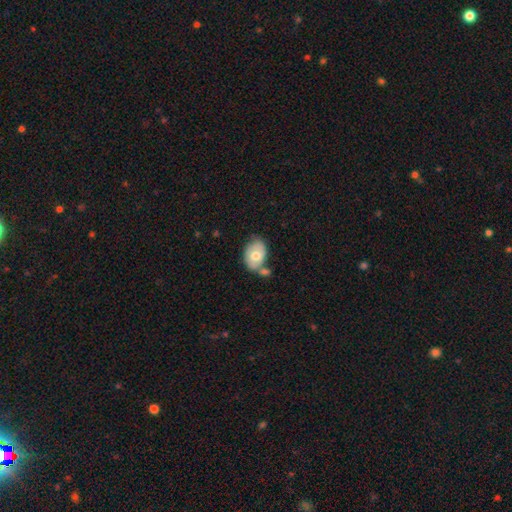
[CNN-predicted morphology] A smooth galaxy with no disk features (61%) that is in between round and cigar-shaped (80%).

Vote fractions:
- Smooth or featured? smooth: 61% / featured or disk: 33% / star or artifact: 6%
- How rounded? in between: 80% / round: 19% / cigar-shaped: 1%
- Merging? none: 40% / merger: 29% / minor disturbance: 22% / major disturbance: 8%